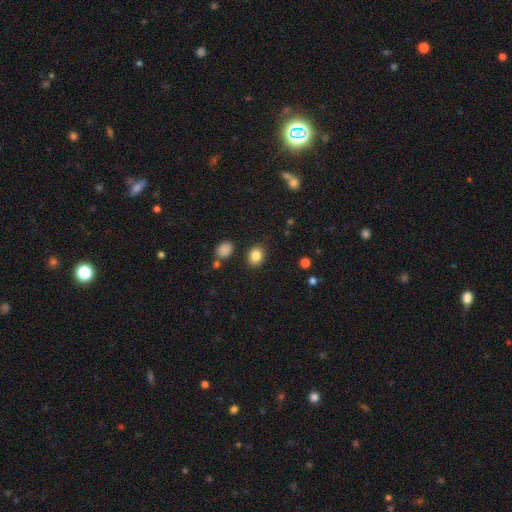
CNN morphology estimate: Smooth or featured?
  - smooth: 85% *
  - star or artifact: 10%
  - featured or disk: 5%
How rounded?
  - round: 51% *
  - in between: 48%
  - cigar-shaped: 1%
Merging?
  - none: 85% *
  - minor disturbance: 9%
  - merger: 3%
  - major disturbance: 3%